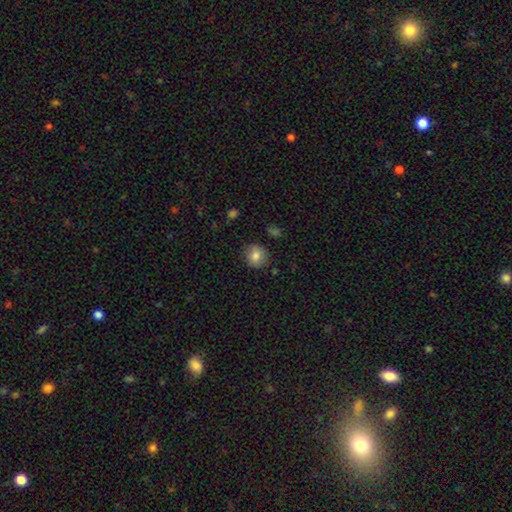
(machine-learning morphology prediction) Q: Smooth or featured?
A: smooth (83%); runner-up: star or artifact (9%)
Q: How rounded?
A: round (82%); runner-up: in between (17%)
Q: Merging?
A: none (84%); runner-up: minor disturbance (11%)